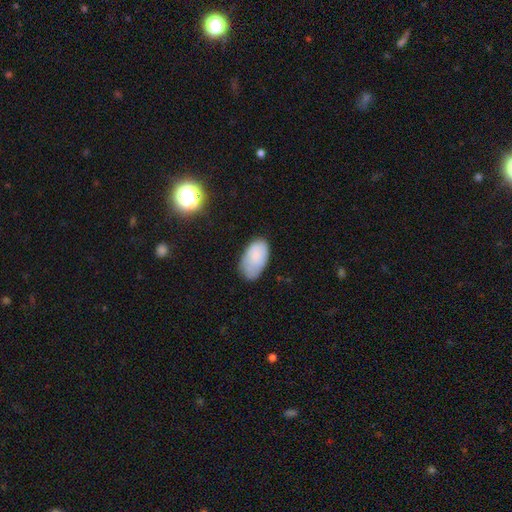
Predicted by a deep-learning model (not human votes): Smooth or featured? smooth (73%)
How rounded? in between (94%)
Merging? none (65%)